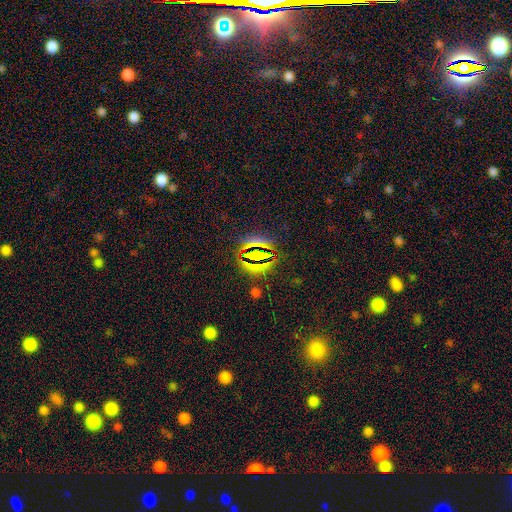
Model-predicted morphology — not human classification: This appears to be a star or artifact, not a galaxy (72%).